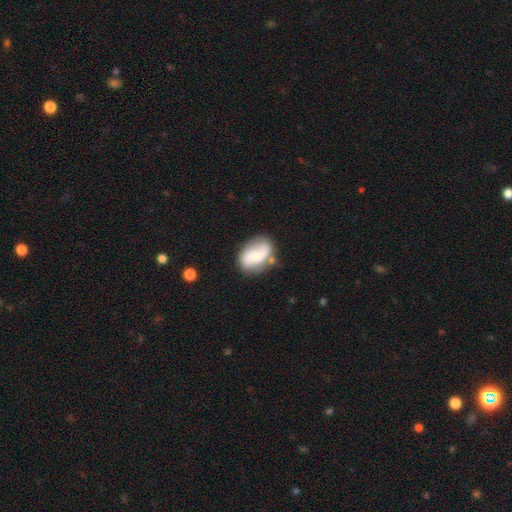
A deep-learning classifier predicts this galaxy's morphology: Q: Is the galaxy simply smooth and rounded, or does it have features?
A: featured or disk — 56%.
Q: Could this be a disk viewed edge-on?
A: no — 96%.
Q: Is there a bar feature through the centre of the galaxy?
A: no — 60%.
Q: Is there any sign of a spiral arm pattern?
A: yes — 79%.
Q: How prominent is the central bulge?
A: small — 47%.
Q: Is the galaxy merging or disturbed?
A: none — 65%.